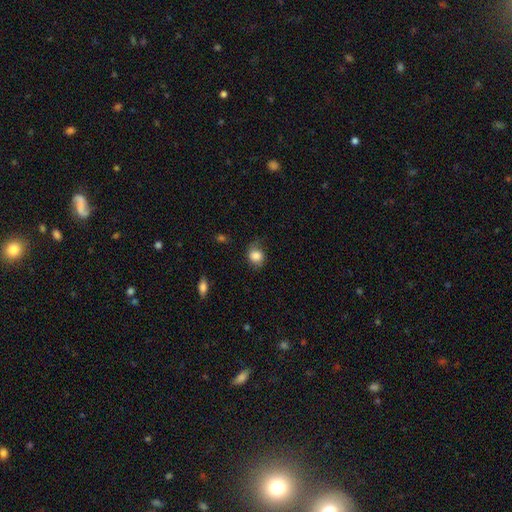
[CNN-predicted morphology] This is clearly a smooth galaxy (84%). How rounded: likely round (66%). Merging: possibly none (59%).